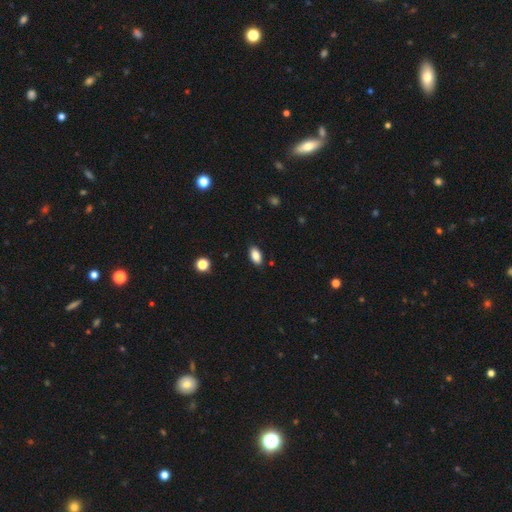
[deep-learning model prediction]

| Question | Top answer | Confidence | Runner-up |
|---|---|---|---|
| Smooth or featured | smooth | 86% | star or artifact (8%) |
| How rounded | in between | 92% | round (5%) |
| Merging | none | 88% | minor disturbance (9%) |